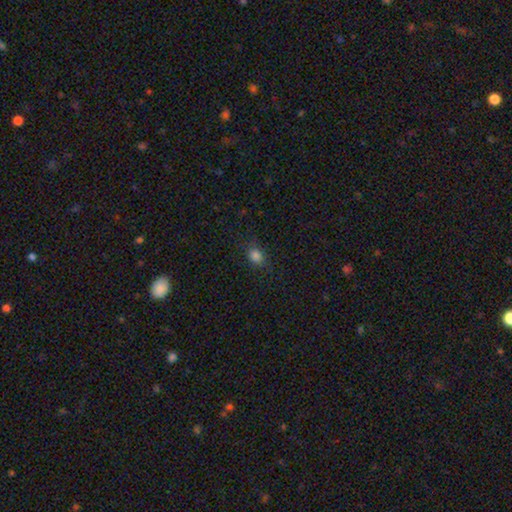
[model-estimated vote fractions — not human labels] This is clearly a smooth galaxy (83%). How rounded: likely in between (60%). Merging: clearly none (80%).